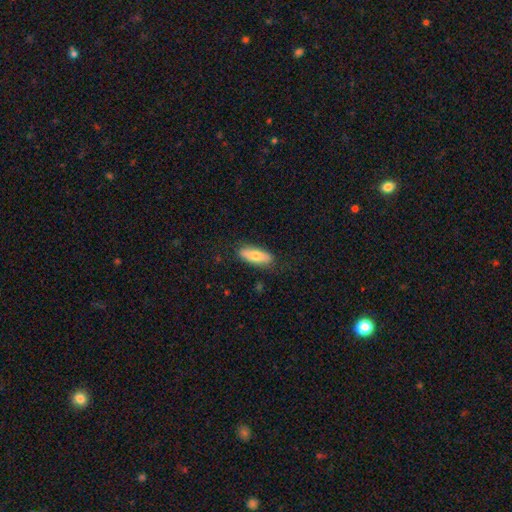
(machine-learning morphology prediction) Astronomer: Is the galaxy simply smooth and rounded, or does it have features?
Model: smooth — 70%.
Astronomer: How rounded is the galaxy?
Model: in between — 64%.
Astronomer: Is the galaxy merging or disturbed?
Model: none — 81%.